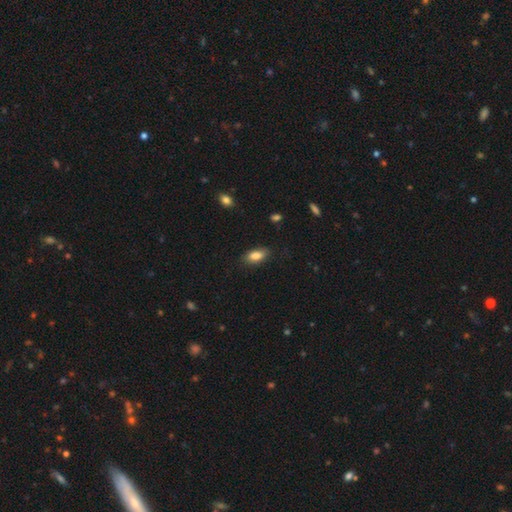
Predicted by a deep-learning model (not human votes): smooth-or-featured: smooth: 85% | star or artifact: 7% | featured or disk: 7%
  how-rounded: in between: 87% | cigar-shaped: 10% | round: 4%
  merging: none: 81% | minor disturbance: 15% | major disturbance: 3% | merger: 1%